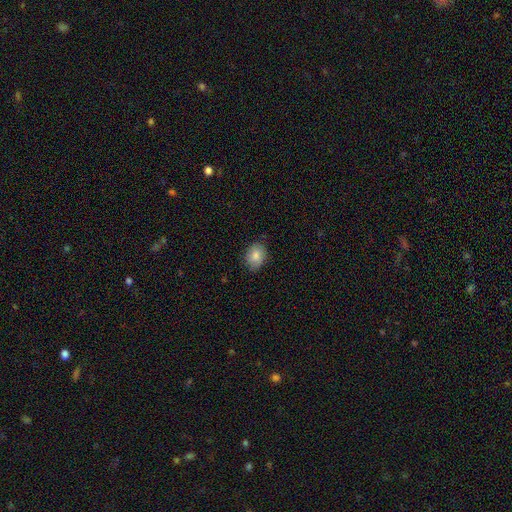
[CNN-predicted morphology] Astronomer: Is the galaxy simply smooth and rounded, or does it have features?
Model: smooth — 83%.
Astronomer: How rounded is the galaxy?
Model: in between — 65%.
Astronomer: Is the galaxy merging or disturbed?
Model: none — 82%.